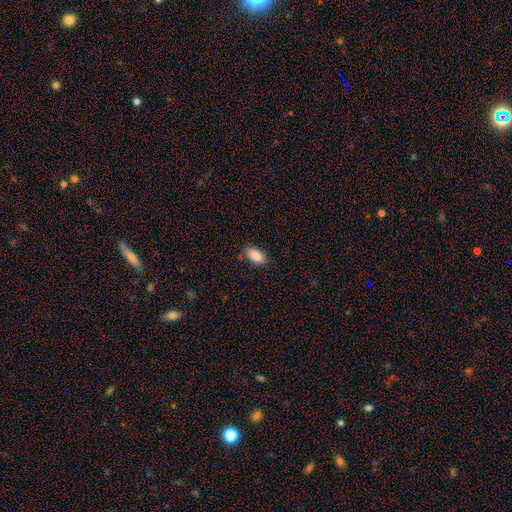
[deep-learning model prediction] smooth-or-featured: smooth: 89% | star or artifact: 7% | featured or disk: 4%
  how-rounded: in between: 92% | cigar-shaped: 4% | round: 4%
  merging: none: 81% | minor disturbance: 15% | major disturbance: 3% | merger: 1%